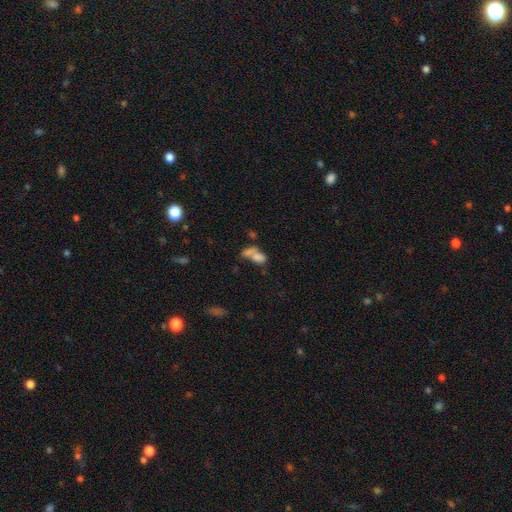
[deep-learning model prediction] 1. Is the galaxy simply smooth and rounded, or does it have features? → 71% smooth, 17% featured or disk, 12% star or artifact.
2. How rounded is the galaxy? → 81% in between, 14% round, 5% cigar-shaped.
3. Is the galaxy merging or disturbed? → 61% merger, 19% none, 11% major disturbance, 9% minor disturbance.